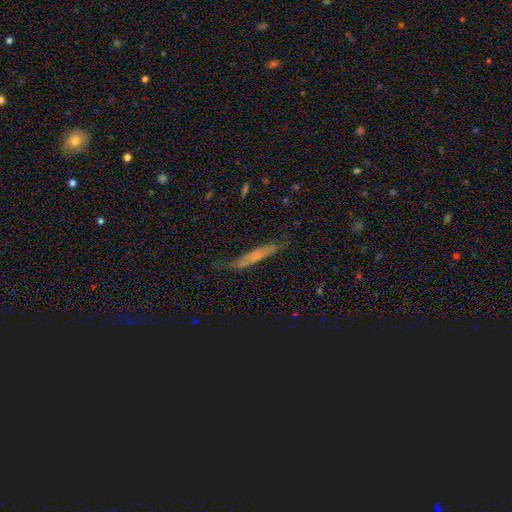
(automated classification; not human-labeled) A smooth galaxy with no disk features (51%) that is cigar-shaped (91%). Merging: none (62%).